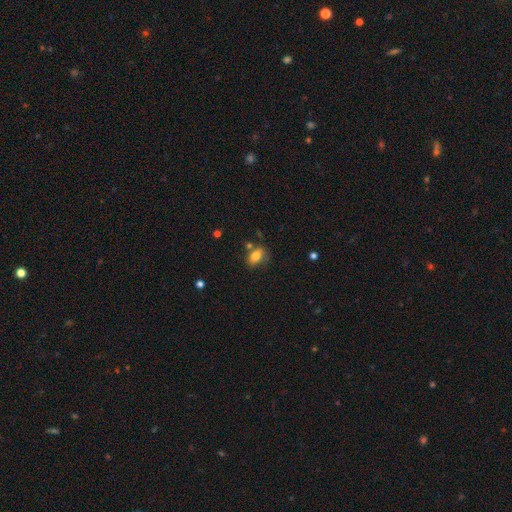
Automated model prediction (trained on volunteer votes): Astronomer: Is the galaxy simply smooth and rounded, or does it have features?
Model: smooth — 81%.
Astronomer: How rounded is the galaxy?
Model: in between — 85%.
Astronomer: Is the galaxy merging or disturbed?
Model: none — 63%.